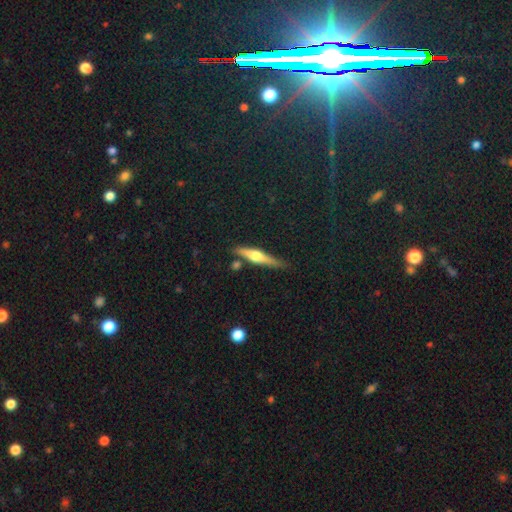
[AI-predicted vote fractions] Smooth or featured: featured or disk — 65% (smooth — 28%)
Edge-on disk: yes — 96% (no — 4%)
Edge-on bulge: rounded — 91% (boxy — 5%)
Merging: none — 77% (minor disturbance — 13%)